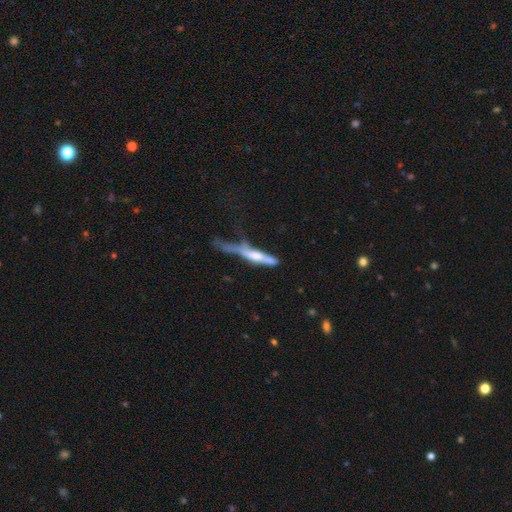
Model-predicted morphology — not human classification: This appears to be a featured or disk galaxy (47%). Merging: major disturbance (41%).